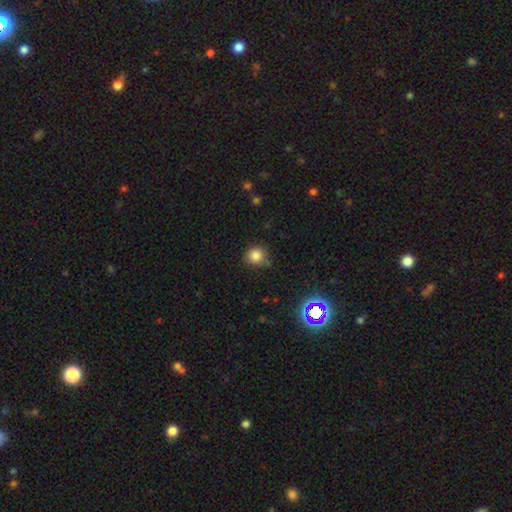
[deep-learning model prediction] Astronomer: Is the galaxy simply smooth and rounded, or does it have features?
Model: smooth — 82%.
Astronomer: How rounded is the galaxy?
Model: round — 91%.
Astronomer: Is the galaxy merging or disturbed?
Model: none — 80%.